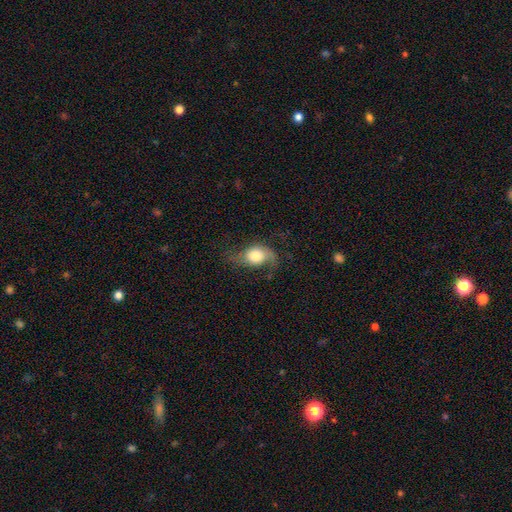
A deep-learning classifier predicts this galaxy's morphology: Smooth or featured? Predicted: smooth (p=0.47). Merging? Predicted: none (p=0.47).